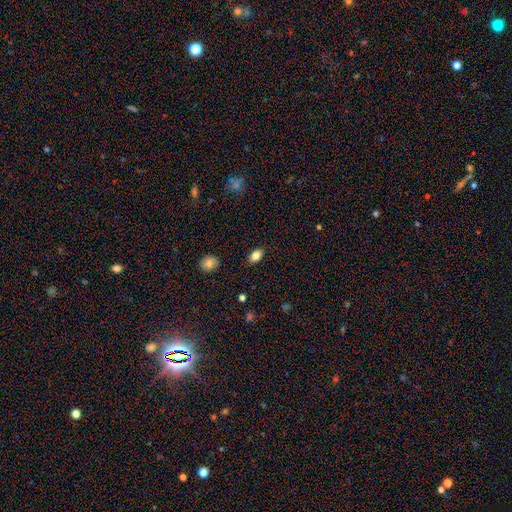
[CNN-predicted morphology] A smooth galaxy with no disk features (83%) that is in between round and cigar-shaped (86%). Merging: none (87%).